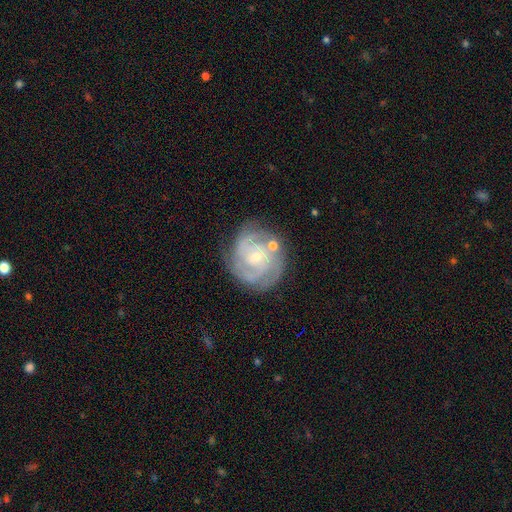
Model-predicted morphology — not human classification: smooth_or_featured: featured or disk (p=0.87) [alt: smooth p=0.08]
disk_edge_on: no (p=0.98) [alt: yes p=0.02]
bar: no (p=0.66) [alt: weak p=0.28]
has_spiral_arms: yes (p=0.97) [alt: no p=0.03]
spiral_winding: tight (p=0.73) [alt: medium p=0.23]
spiral_arm_count: 3 (p=0.36) [alt: 2 p=0.22]
bulge_size: small (p=0.74) [alt: moderate p=0.21]
merging: none (p=0.73) [alt: minor disturbance p=0.16]